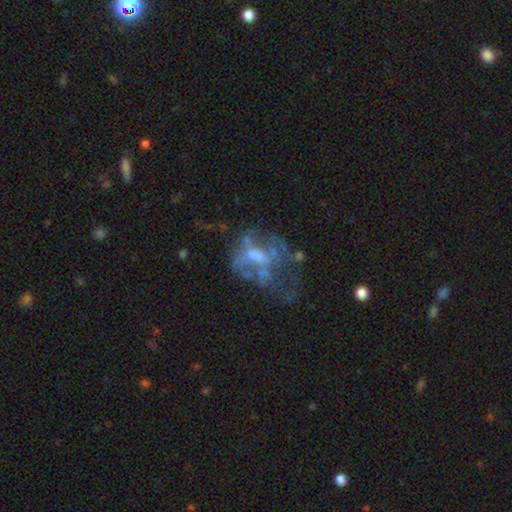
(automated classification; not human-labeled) The model was most divided on "bulge size": moderate: 34%, small: 32%, none: 29%, large: 4%, dominant: 1%. Remaining: edge-on disk — no (97%); spiral arms — no (80%); bar — no (68%); smooth or featured — featured or disk (65%); merging — major disturbance (40%).